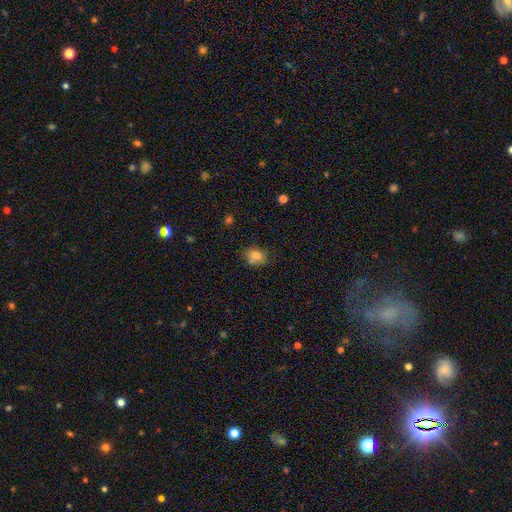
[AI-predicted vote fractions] smooth 80%, star or artifact 11%, featured or disk 9%. Down the decision tree: how rounded — round (52%); merging — none (63%).